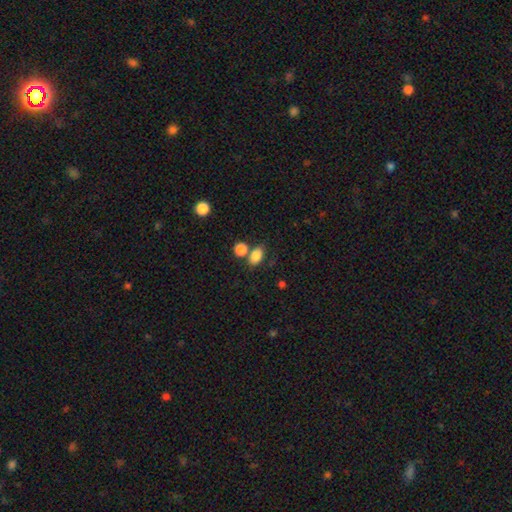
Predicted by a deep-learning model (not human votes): Smooth or featured? Predicted: smooth (p=0.84). How rounded? Predicted: in between (p=0.77). Merging? Predicted: none (p=0.59).